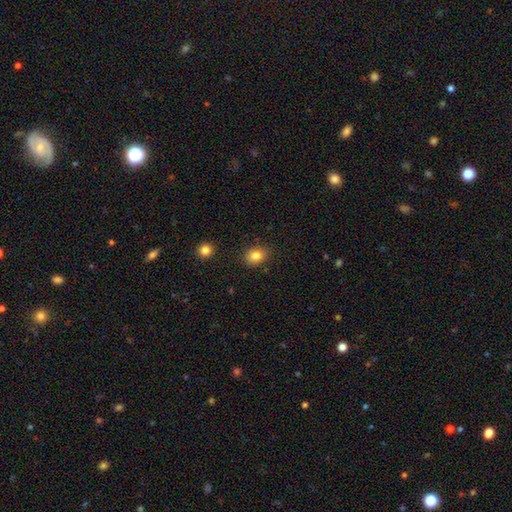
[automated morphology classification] A smooth galaxy with no disk features (82%) that is in between round and cigar-shaped (51%). Merging: none (85%).